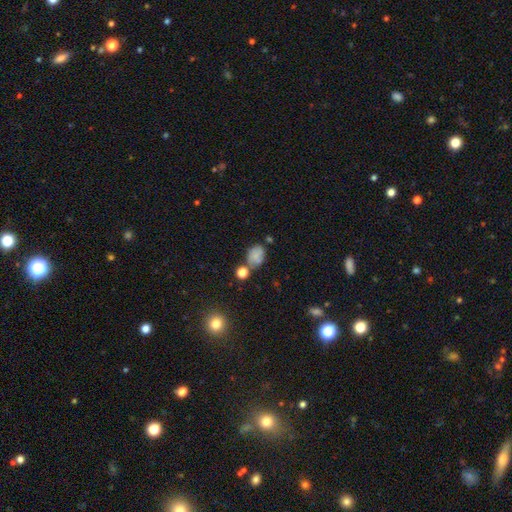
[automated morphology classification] Smooth or featured: smooth — 73% (featured or disk — 14%)
How rounded: in between — 72% (round — 26%)
Merging: none — 52% (minor disturbance — 21%)